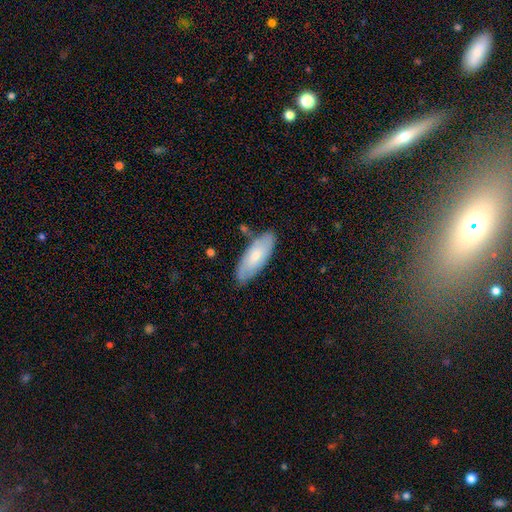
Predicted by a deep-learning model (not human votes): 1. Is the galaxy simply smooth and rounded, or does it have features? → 61% smooth, 33% featured or disk, 5% star or artifact.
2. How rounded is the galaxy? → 76% in between, 22% cigar-shaped, 2% round.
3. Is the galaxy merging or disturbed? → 78% none, 15% minor disturbance, 3% merger, 3% major disturbance.